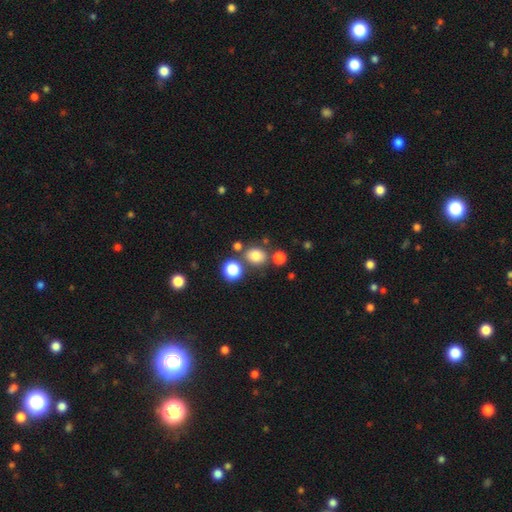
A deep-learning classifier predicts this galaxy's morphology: Q: Smooth or featured?
A: smooth (77%); runner-up: star or artifact (15%)
Q: How rounded?
A: round (57%); runner-up: in between (42%)
Q: Merging?
A: none (73%); runner-up: merger (13%)